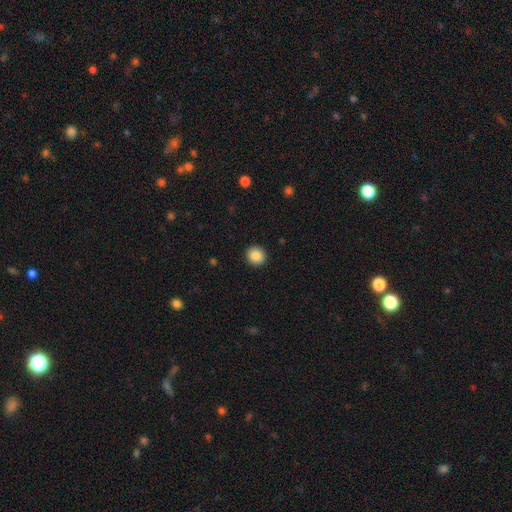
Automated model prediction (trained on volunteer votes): The model was most divided on "smooth or featured": smooth: 87%, star or artifact: 9%, featured or disk: 4%. More confident: merging — none (93%); how rounded — round (91%).